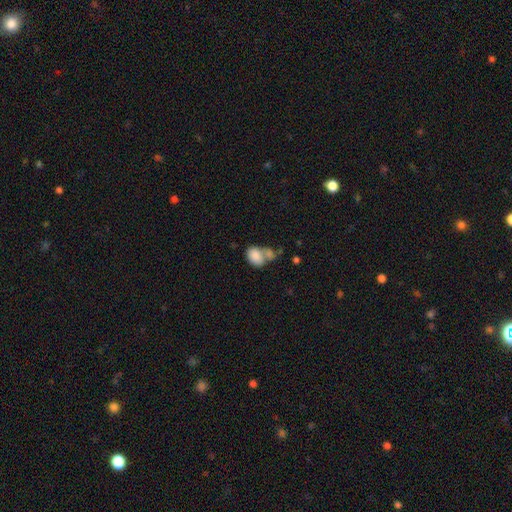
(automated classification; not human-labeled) smooth-or-featured: smooth: 82% | featured or disk: 10% | star or artifact: 8%
  how-rounded: in between: 76% | round: 22% | cigar-shaped: 1%
  merging: merger: 53% | none: 28% | minor disturbance: 12% | major disturbance: 7%